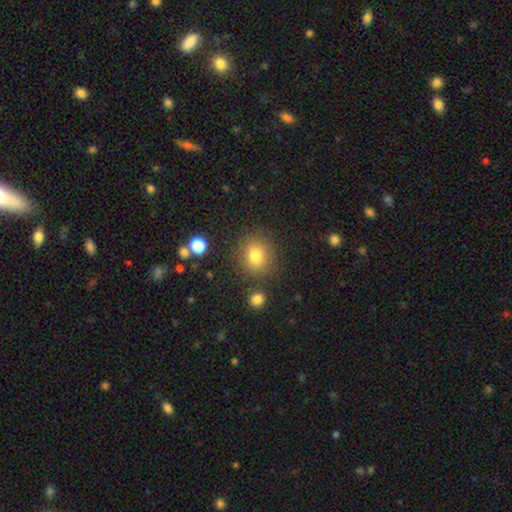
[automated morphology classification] smooth-or-featured: smooth: 79% | star or artifact: 12% | featured or disk: 8%
  how-rounded: round: 74% | in between: 24% | cigar-shaped: 1%
  merging: none: 83% | minor disturbance: 10% | merger: 4% | major disturbance: 3%